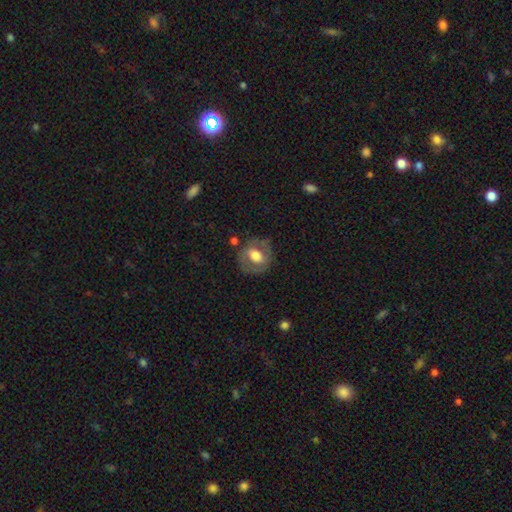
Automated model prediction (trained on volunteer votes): Q: Smooth or featured?
A: smooth (48%); runner-up: featured or disk (46%)
Q: Merging?
A: none (71%); runner-up: minor disturbance (18%)